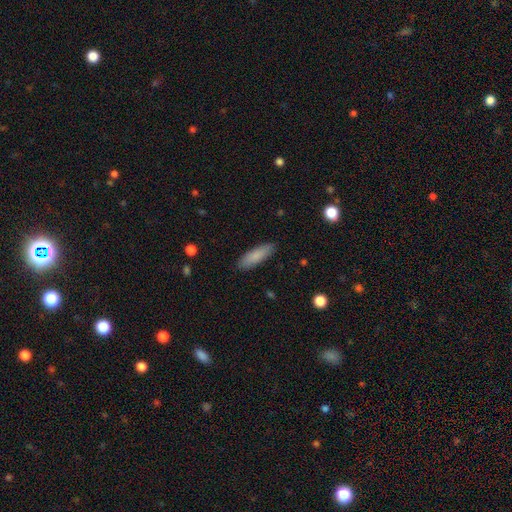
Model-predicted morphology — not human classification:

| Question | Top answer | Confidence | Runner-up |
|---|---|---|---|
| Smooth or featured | smooth | 85% | featured or disk (9%) |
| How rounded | cigar-shaped | 58% | in between (41%) |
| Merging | none | 88% | minor disturbance (9%) |